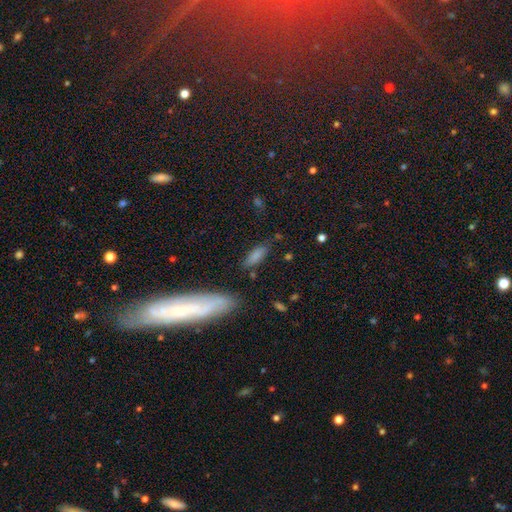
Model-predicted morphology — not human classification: Overall: smooth (80%). How rounded: in between (71%). Merging: none (73%).